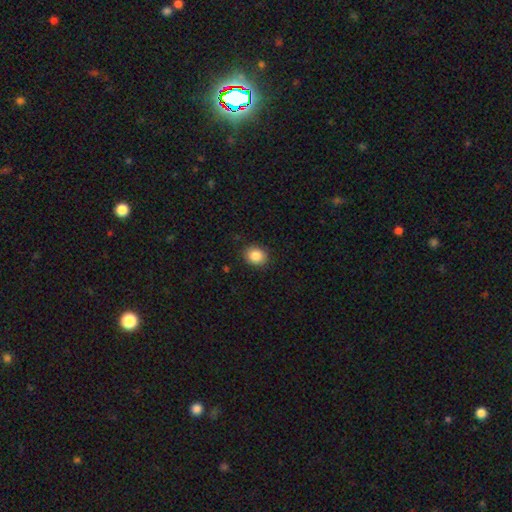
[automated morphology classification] This appears to be a smooth galaxy with no disk features (87%) that is round (70%). Merging: none (89%).